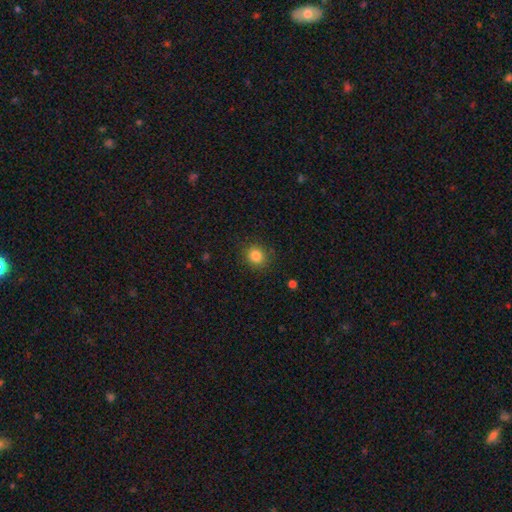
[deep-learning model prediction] This is clearly a smooth galaxy (85%). How rounded: likely round (80%). Merging: clearly none (87%).